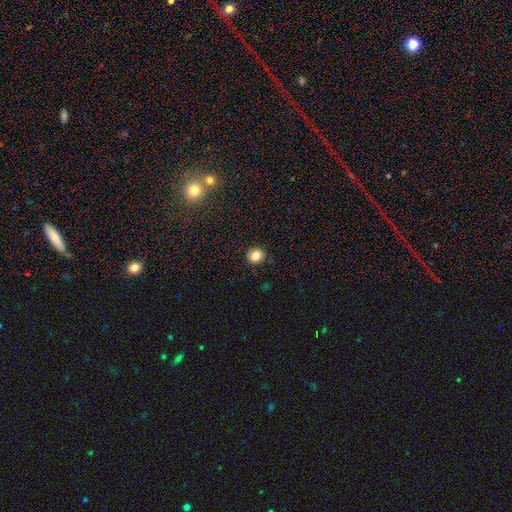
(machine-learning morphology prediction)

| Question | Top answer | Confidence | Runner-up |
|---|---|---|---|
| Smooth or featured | smooth | 83% | star or artifact (11%) |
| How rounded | round | 86% | in between (13%) |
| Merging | none | 91% | minor disturbance (6%) |